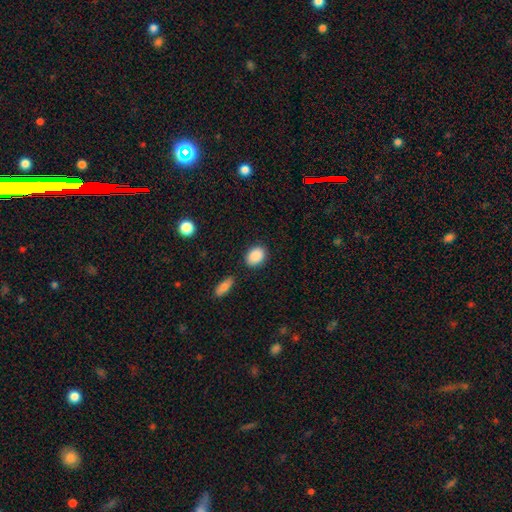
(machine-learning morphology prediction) This is clearly a smooth galaxy (89%). How rounded: likely in between (73%). Merging: clearly none (82%).